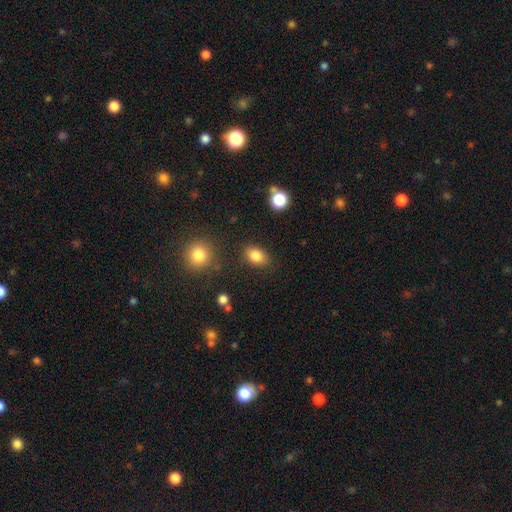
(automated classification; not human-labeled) Morphology: type=smooth (83%); roundness=in between (76%); merging=none (83%).